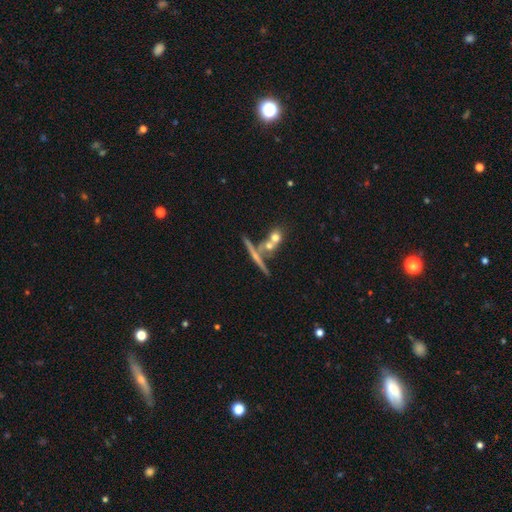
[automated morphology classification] Smooth or featured: featured or disk — 54% (smooth — 34%)
Edge-on disk: yes — 84% (no — 16%)
Merging: none — 56% (merger — 29%)